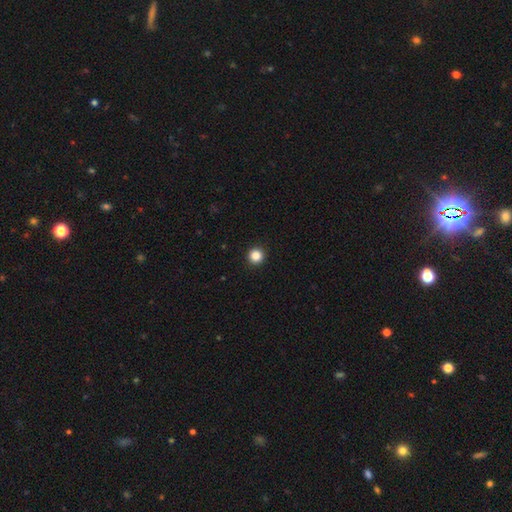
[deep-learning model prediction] smooth_or_featured: smooth (p=0.85) [alt: star or artifact p=0.11]
how_rounded: round (p=0.96) [alt: in between p=0.03]
merging: none (p=0.94) [alt: minor disturbance p=0.04]